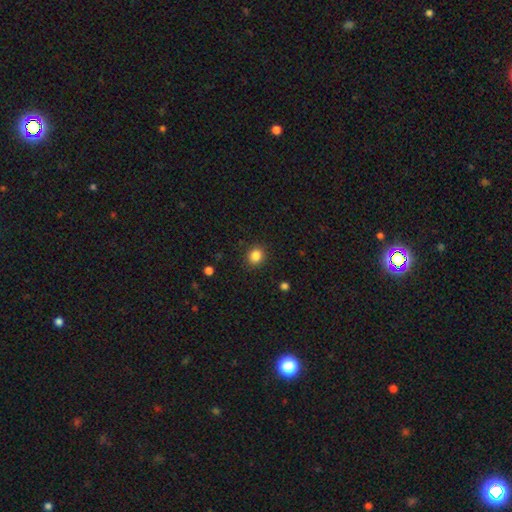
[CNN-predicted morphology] Smooth or featured? Predicted: smooth (p=0.85). How rounded? Predicted: round (p=0.82). Merging? Predicted: none (p=0.90).